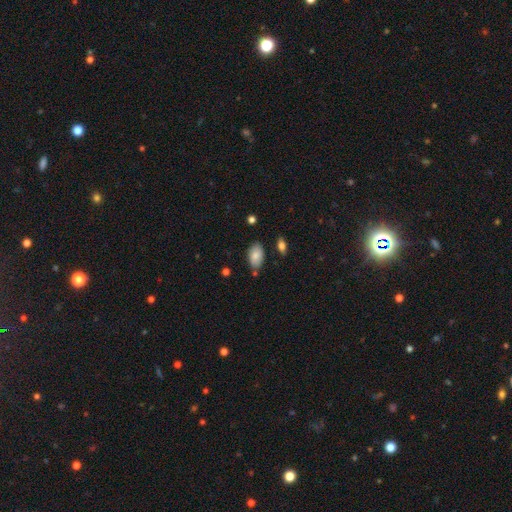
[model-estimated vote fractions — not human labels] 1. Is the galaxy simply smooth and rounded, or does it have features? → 83% smooth, 9% featured or disk, 7% star or artifact.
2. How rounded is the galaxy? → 94% in between, 4% round, 2% cigar-shaped.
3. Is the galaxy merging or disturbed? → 75% none, 17% minor disturbance, 5% merger, 3% major disturbance.